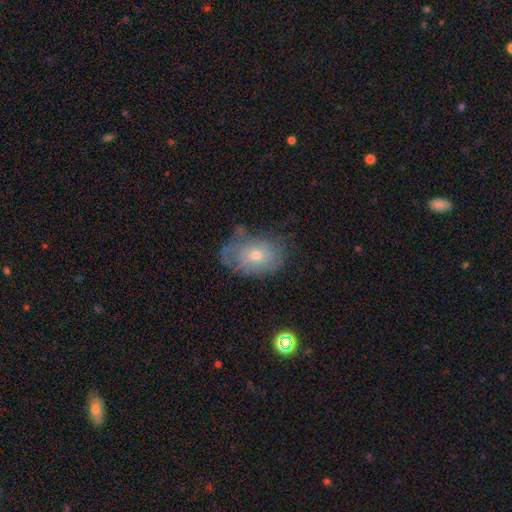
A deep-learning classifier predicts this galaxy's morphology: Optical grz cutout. It shows a featured or disk galaxy (46%). Merging: none (53%).